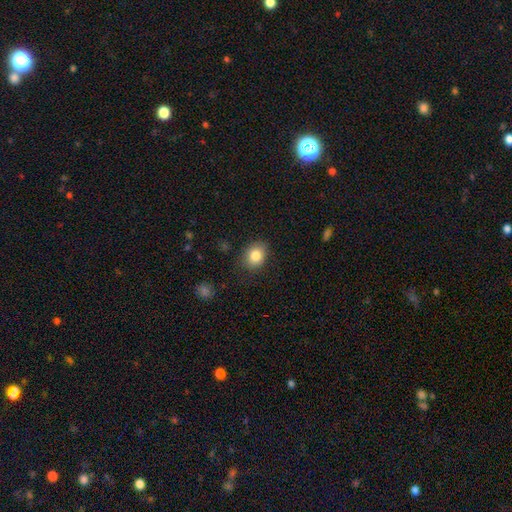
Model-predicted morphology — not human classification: This is clearly a smooth galaxy (83%). How rounded: possibly in between (53%). Merging: clearly none (82%).